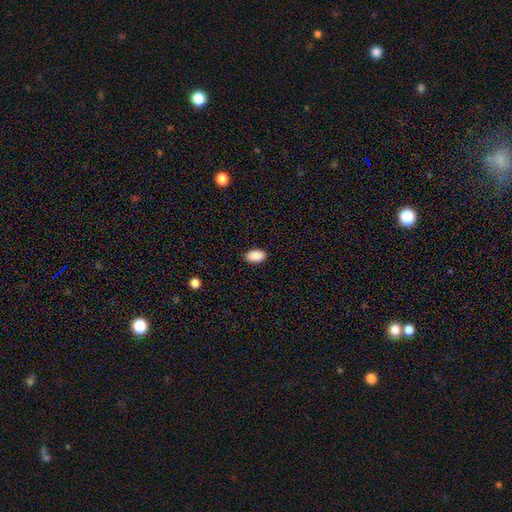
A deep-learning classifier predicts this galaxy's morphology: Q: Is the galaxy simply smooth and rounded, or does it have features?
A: smooth — 90%.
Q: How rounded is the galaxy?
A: in between — 93%.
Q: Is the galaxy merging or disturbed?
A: none — 89%.